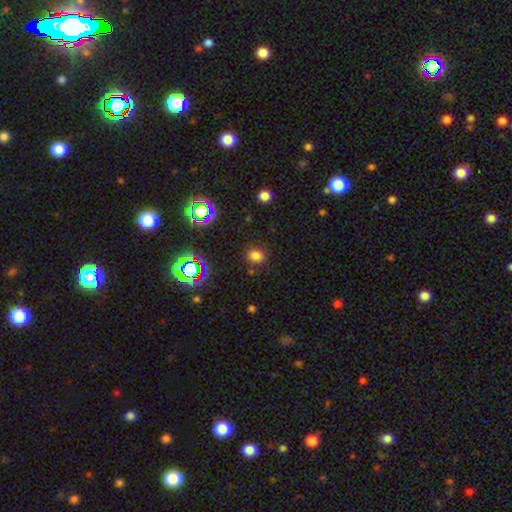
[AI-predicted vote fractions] A smooth galaxy with no disk features (75%) that is round (56%). Merging: none (82%).